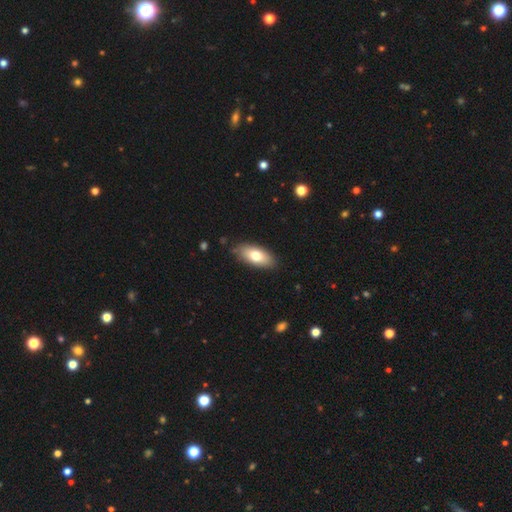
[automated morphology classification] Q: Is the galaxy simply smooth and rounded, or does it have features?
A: smooth — 73%.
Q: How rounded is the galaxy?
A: in between — 87%.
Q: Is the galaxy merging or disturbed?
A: none — 86%.